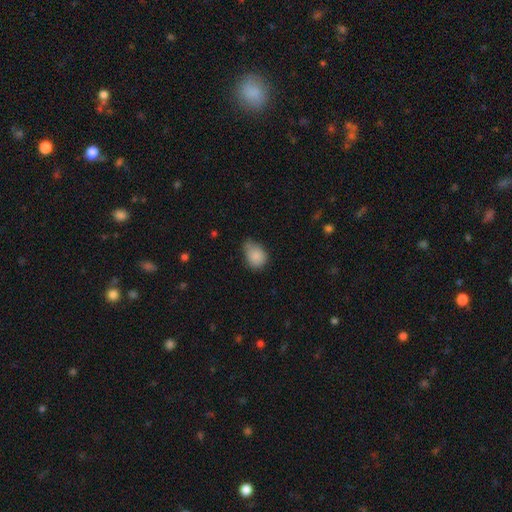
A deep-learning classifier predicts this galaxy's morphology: This appears to be a smooth galaxy with no disk features (85%) that is in between round and cigar-shaped (60%). Merging: none (44%).